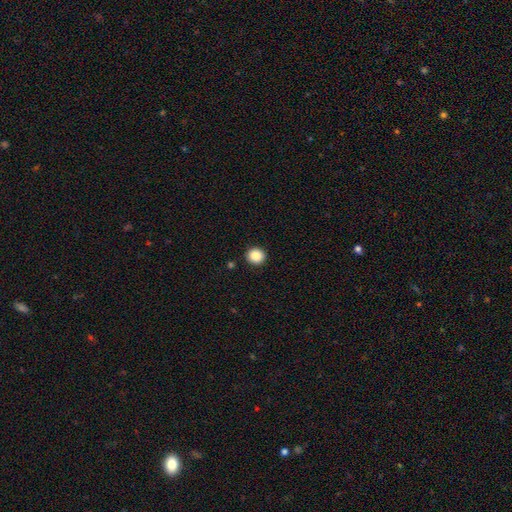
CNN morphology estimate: Smooth or featured? smooth (88%)
How rounded? round (90%)
Merging? none (92%)